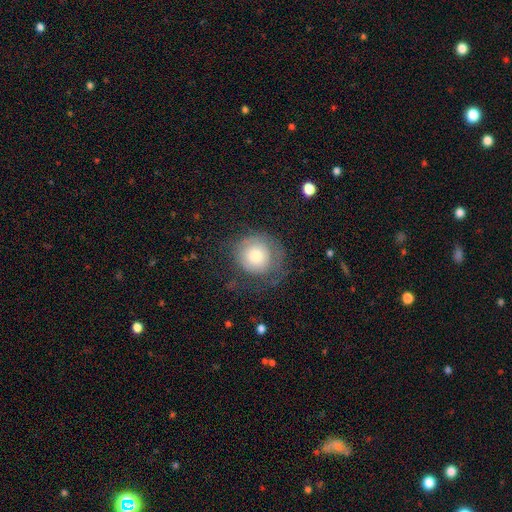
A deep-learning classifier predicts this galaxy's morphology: This is likely a smooth galaxy (63%). How rounded: clearly round (90%). Merging: possibly none (55%).